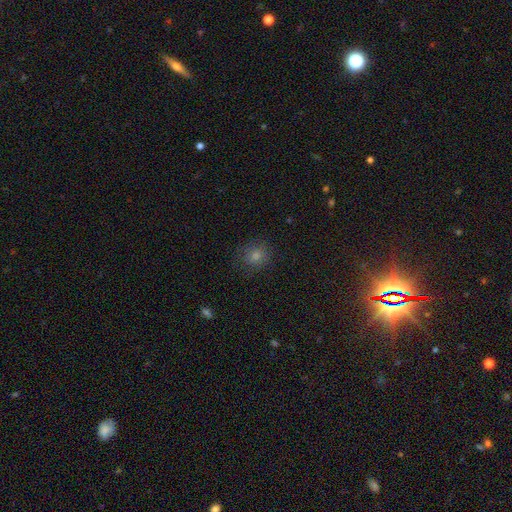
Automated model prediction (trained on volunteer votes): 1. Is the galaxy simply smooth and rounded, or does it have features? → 65% smooth, 26% star or artifact, 9% featured or disk.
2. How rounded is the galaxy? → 86% round, 13% in between, 1% cigar-shaped.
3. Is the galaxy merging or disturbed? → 86% none, 10% minor disturbance, 3% major disturbance, 1% merger.